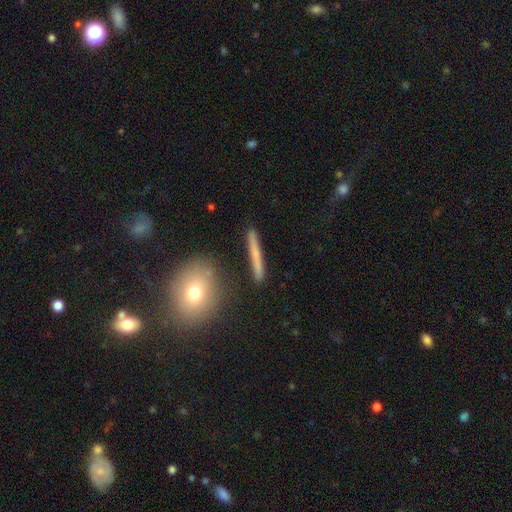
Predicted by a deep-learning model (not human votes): Smooth or featured? Predicted: smooth (p=0.55). How rounded? Predicted: cigar-shaped (p=0.92). Merging? Predicted: none (p=0.89).